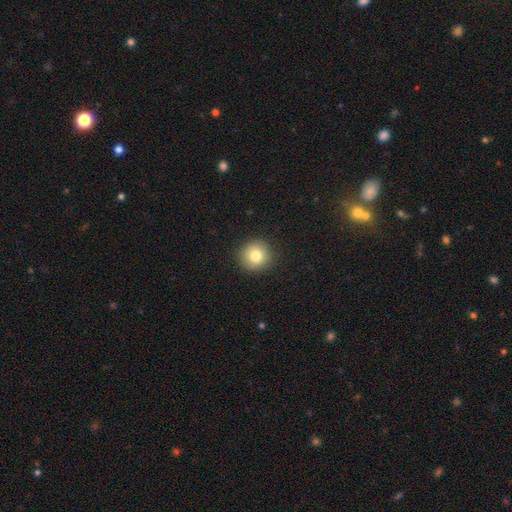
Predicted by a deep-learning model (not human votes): Smooth or featured? smooth (81%)
How rounded? round (93%)
Merging? none (91%)